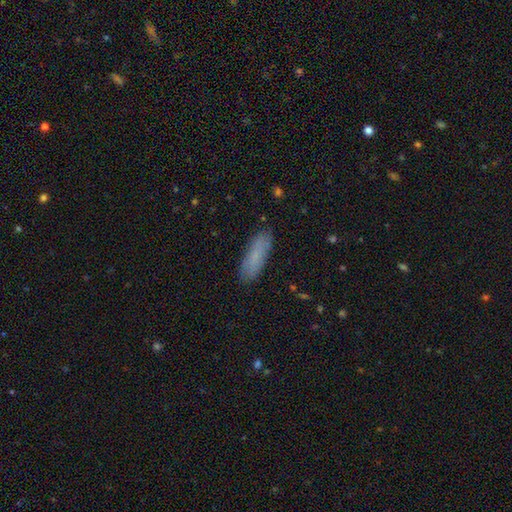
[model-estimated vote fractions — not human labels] Smooth or featured?
  - smooth: 76% *
  - featured or disk: 16%
  - star or artifact: 8%
How rounded?
  - cigar-shaped: 54% *
  - in between: 44%
  - round: 2%
Merging?
  - none: 86% *
  - minor disturbance: 10%
  - major disturbance: 2%
  - merger: 1%